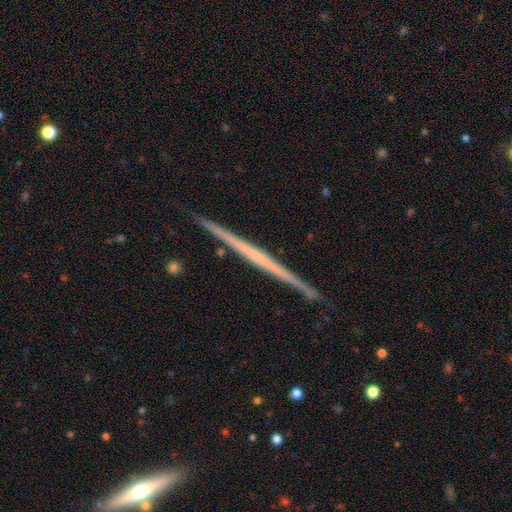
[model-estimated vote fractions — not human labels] Smooth or featured?
  - featured or disk: 70% *
  - smooth: 24%
  - star or artifact: 6%
Edge-on disk?
  - yes: 98% *
  - no: 2%
Edge-on bulge?
  - none: 85% *
  - rounded: 10%
  - boxy: 5%
Merging?
  - none: 91% *
  - minor disturbance: 7%
  - major disturbance: 1%
  - merger: 1%